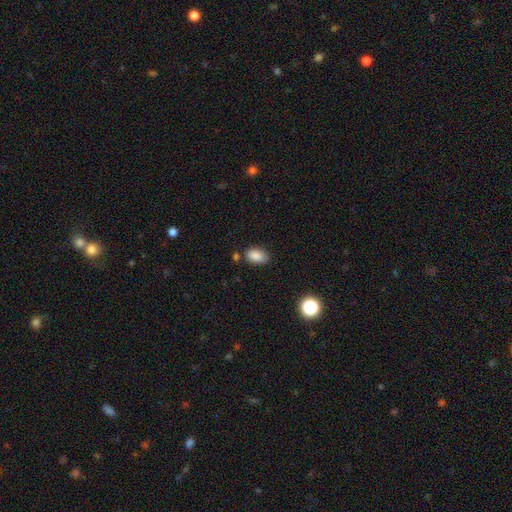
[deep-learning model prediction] smooth 85%, star or artifact 10%, featured or disk 5%. Down the decision tree: how rounded — in between (87%); merging — none (72%).